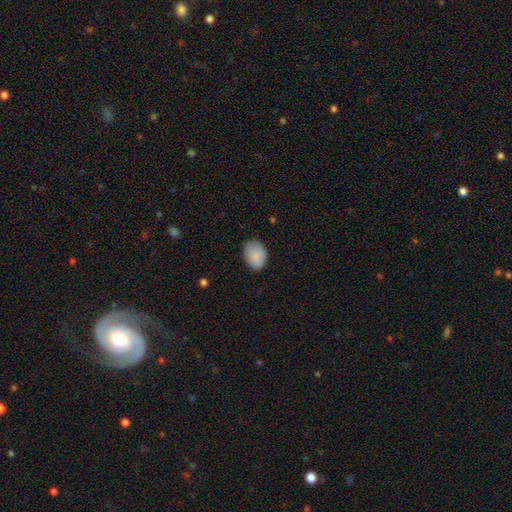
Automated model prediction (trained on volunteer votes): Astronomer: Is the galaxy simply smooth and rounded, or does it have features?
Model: smooth — 88%.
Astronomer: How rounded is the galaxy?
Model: in between — 77%.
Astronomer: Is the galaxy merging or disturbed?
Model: none — 78%.